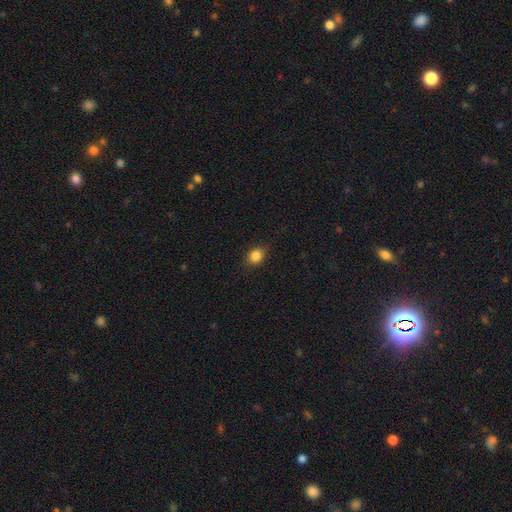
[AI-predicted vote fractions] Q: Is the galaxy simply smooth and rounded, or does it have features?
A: smooth — 86%.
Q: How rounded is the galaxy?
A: round — 53%.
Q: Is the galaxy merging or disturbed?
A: none — 87%.